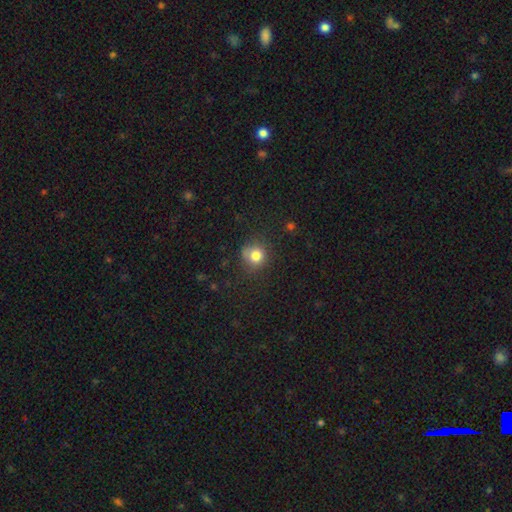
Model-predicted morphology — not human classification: Overall: smooth (81%). How rounded: round (87%). Merging: none (74%).